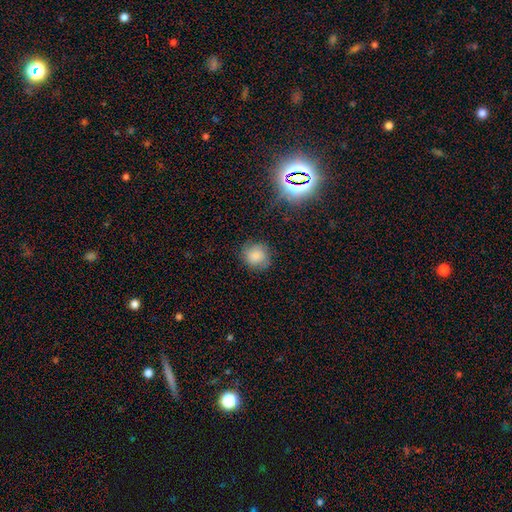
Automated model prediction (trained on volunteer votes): This is likely a smooth galaxy (77%). How rounded: clearly round (85%). Merging: likely none (78%).